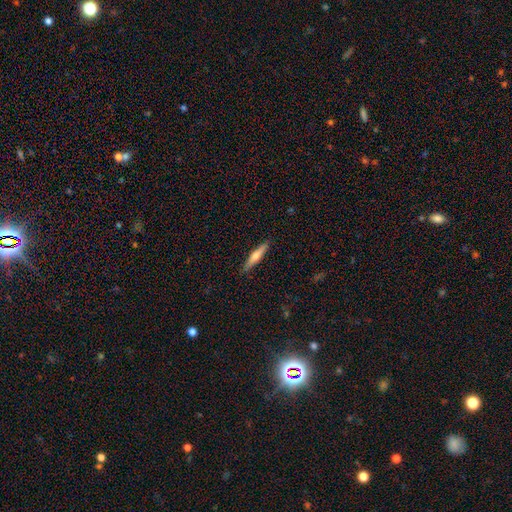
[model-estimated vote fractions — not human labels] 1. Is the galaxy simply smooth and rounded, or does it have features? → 54% smooth, 41% featured or disk, 6% star or artifact.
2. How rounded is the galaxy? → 88% cigar-shaped, 10% in between, 2% round.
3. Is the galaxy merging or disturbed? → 89% none, 8% minor disturbance, 2% major disturbance, 1% merger.